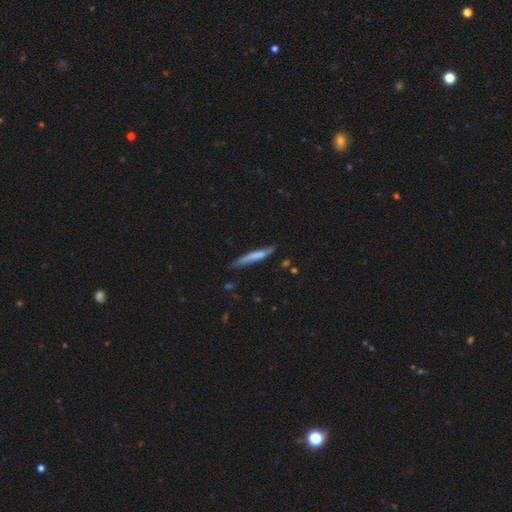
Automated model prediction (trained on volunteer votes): Morphology: type=smooth (62%); roundness=cigar-shaped (93%); merging=none (65%).